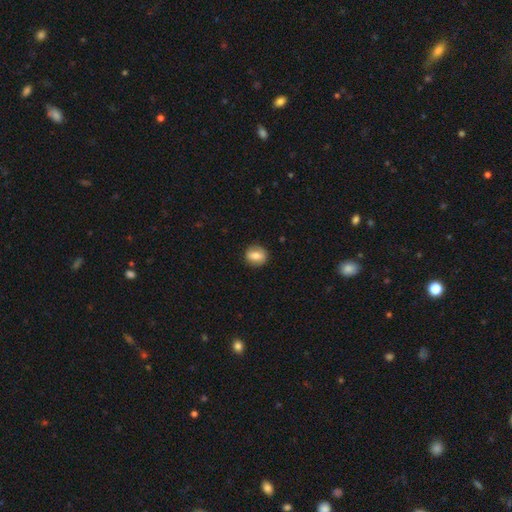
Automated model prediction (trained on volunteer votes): Morphology: type=smooth (66%); roundness=round (70%); merging=none (87%).